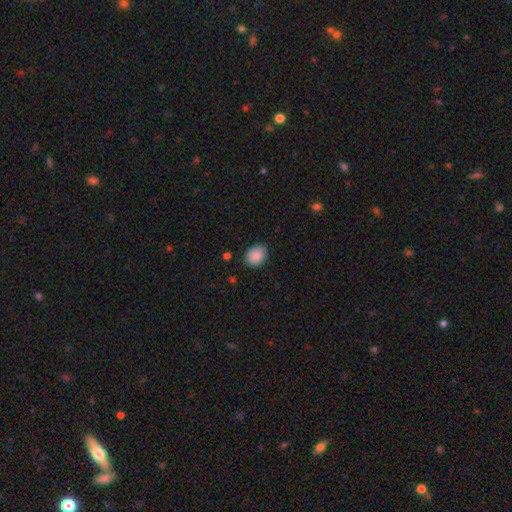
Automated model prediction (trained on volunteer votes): Overall: smooth (88%). How rounded: in between (58%; round 41%). Merging: none (83%).